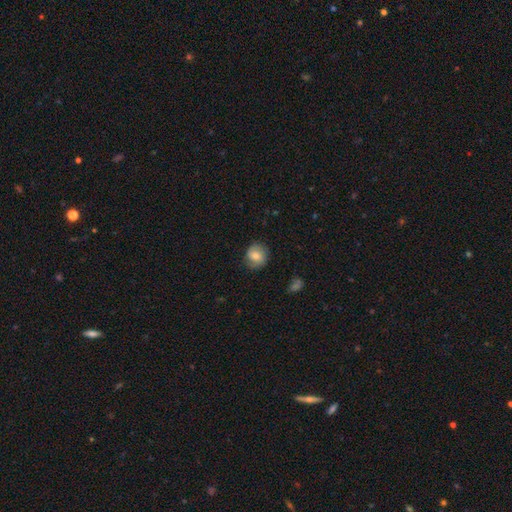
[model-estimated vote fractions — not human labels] Q: Smooth or featured?
A: smooth (69%); runner-up: featured or disk (23%)
Q: How rounded?
A: round (79%); runner-up: in between (20%)
Q: Merging?
A: none (73%); runner-up: minor disturbance (20%)